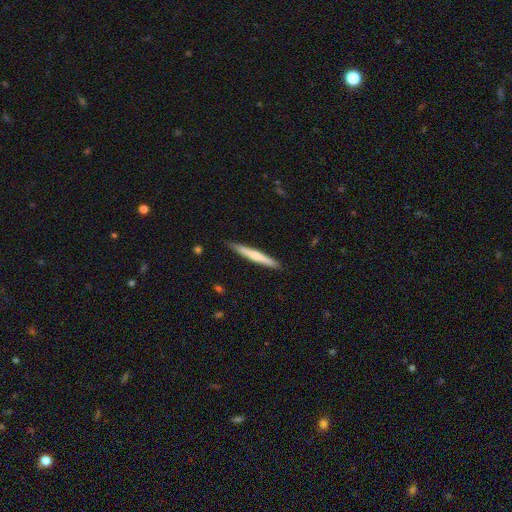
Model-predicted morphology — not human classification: Smooth or featured? Predicted: smooth (p=0.54). How rounded? Predicted: cigar-shaped (p=0.96). Merging? Predicted: none (p=0.89).